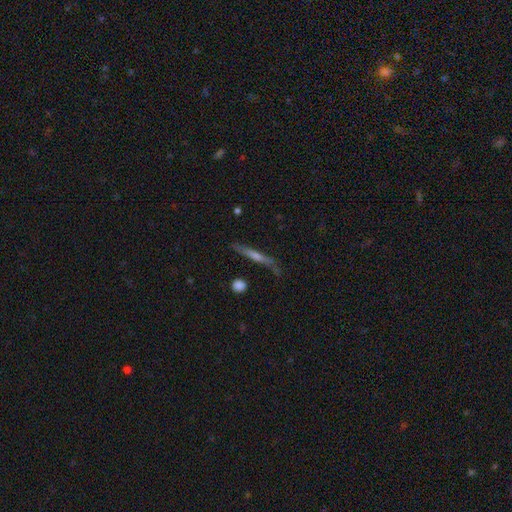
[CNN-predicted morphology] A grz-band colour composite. It shows a featured or disk galaxy (61%) viewed edge-on (95%) with a rounded central bulge (56%). Merging: none (80%).